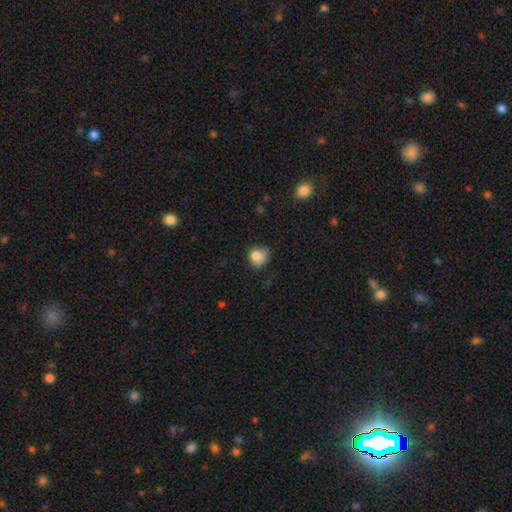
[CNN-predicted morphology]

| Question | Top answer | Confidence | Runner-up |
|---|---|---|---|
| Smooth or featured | smooth | 80% | star or artifact (10%) |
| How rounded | round | 72% | in between (28%) |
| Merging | none | 51% | minor disturbance (35%) |